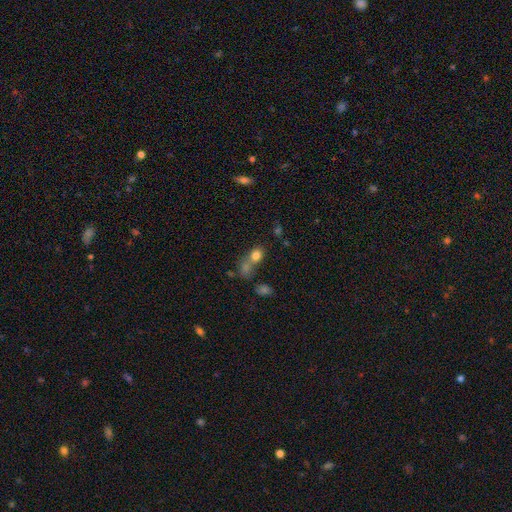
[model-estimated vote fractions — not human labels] The model was most divided on "how rounded": in between: 49%, round: 48%, cigar-shaped: 3%. Remaining: smooth or featured — smooth (76%); merging — merger (47%).